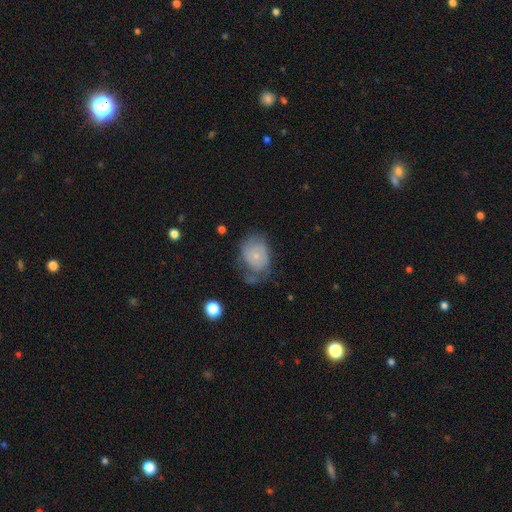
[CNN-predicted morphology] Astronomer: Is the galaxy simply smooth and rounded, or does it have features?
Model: smooth — 47% (runner-up: featured or disk, 45%).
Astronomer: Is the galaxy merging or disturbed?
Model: none — 40% (runner-up: minor disturbance, 32%).